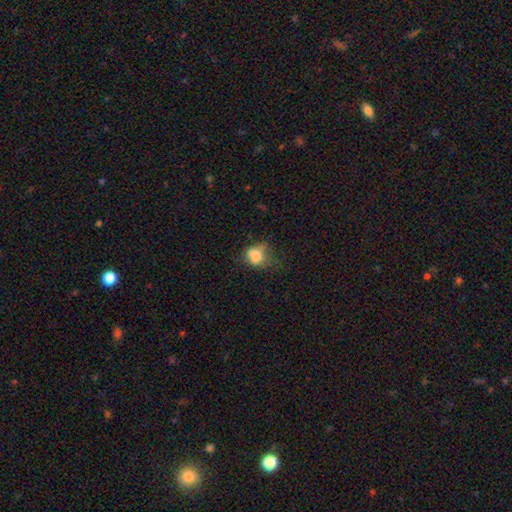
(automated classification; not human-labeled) This appears to be a smooth galaxy with no disk features (76%) that is round (55%). Merging: none (36%).